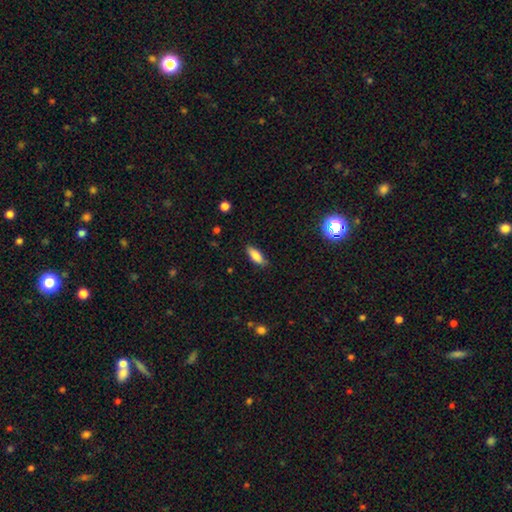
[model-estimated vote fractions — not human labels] Overall: smooth (83%). How rounded: in between (68%; cigar-shaped 30%). Merging: none (83%).